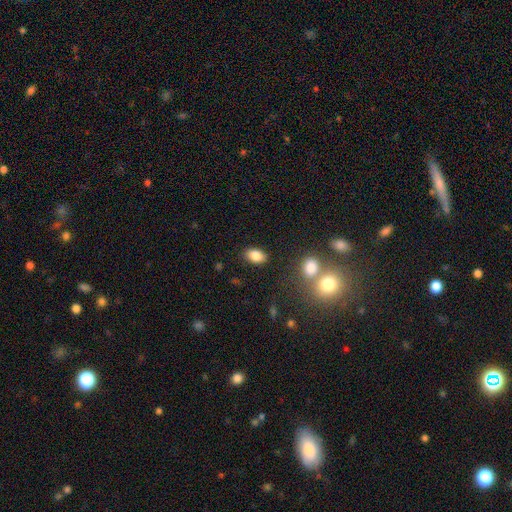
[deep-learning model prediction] Smooth or featured? smooth (85%)
How rounded? in between (88%)
Merging? none (84%)